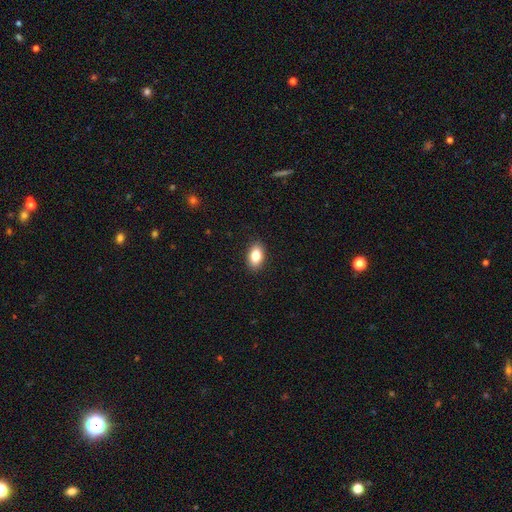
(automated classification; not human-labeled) A smooth galaxy with no disk features (83%) that is in between round and cigar-shaped (90%). Merging: none (89%).